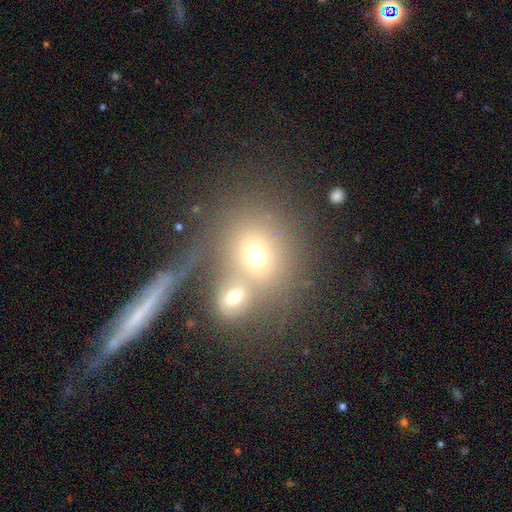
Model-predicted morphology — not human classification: This appears to be a smooth galaxy with no disk features (61%) that is round (70%). Merging: none (48%).